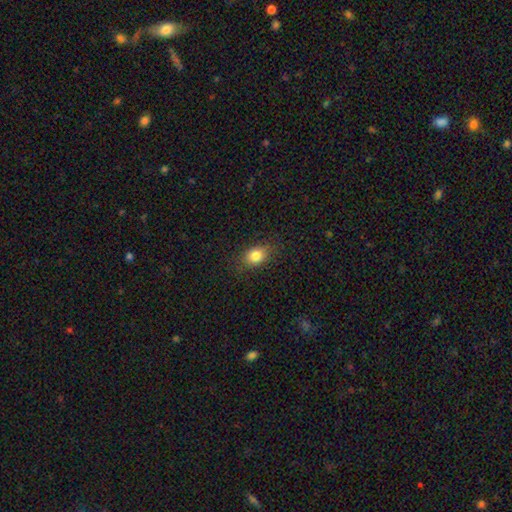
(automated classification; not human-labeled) smooth 82%, star or artifact 10%, featured or disk 7%. Down the decision tree: how rounded — in between (62%); merging — none (83%).